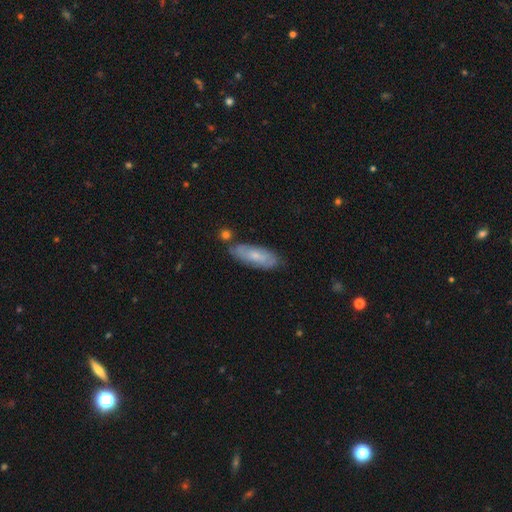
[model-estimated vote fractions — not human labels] A smooth galaxy with no disk features (54%) that is in between round and cigar-shaped (64%). Merging: none (71%).